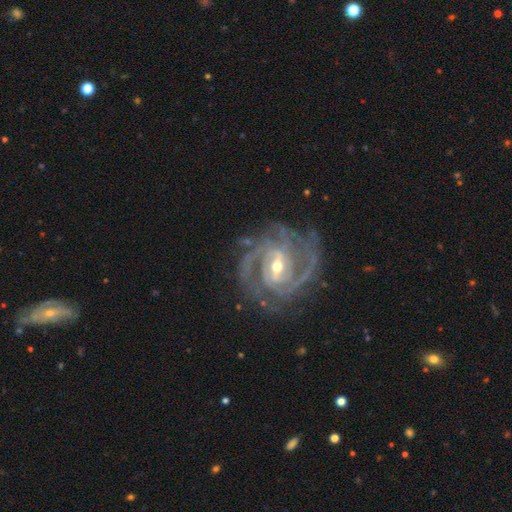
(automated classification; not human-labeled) A featured or disk galaxy (93%) with a weak bar (45%), 2 (31%, tied with 3) tight (57%) spiral arms (98%) and a moderate central bulge (53%).

Vote fractions:
- Smooth or featured? featured or disk: 93% / star or artifact: 5% / smooth: 3%
- Edge-on disk? no: 98% / yes: 2%
- Bar? weak: 45% / strong: 37% / no: 18%
- Spiral arms? yes: 98% / no: 2%
- Spiral winding? tight: 57% / medium: 37% / loose: 5%
- Spiral arm count? 2: 31% (tied) / 3: 31% (tied) / 4: 14% / can't tell: 12% / more than 4: 6% / 1: 6%
- Bulge size? moderate: 53% / small: 43% / large: 3% / none: 1% / dominant: 1%
- Merging? none: 74% / minor disturbance: 16% / major disturbance: 8% / merger: 2%